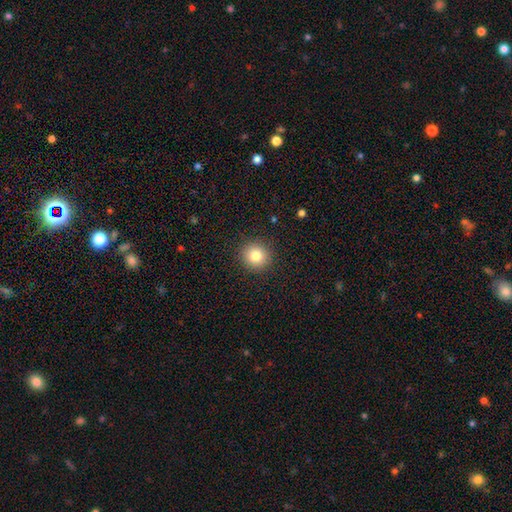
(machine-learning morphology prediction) A smooth galaxy with no disk features (82%) that is round (92%).

Vote fractions:
- Smooth or featured? smooth: 82% / star or artifact: 11% / featured or disk: 7%
- How rounded? round: 92% / in between: 7% / cigar-shaped: 1%
- Merging? none: 91% / minor disturbance: 6% / major disturbance: 2% / merger: 1%